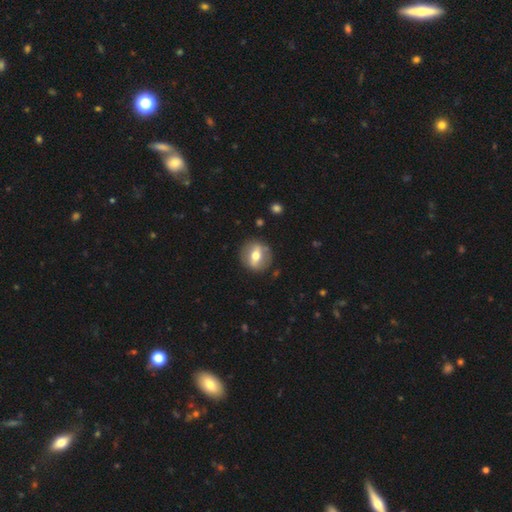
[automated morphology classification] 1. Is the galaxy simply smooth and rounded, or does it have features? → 53% featured or disk, 40% smooth, 7% star or artifact.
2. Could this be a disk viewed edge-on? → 71% no, 29% yes.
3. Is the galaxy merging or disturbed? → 86% none, 9% minor disturbance, 3% major disturbance, 1% merger.